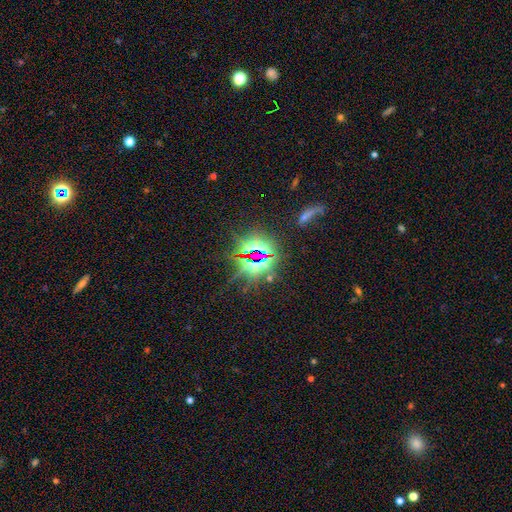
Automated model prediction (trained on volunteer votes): Smooth or featured? Predicted: star or artifact (p=0.79).